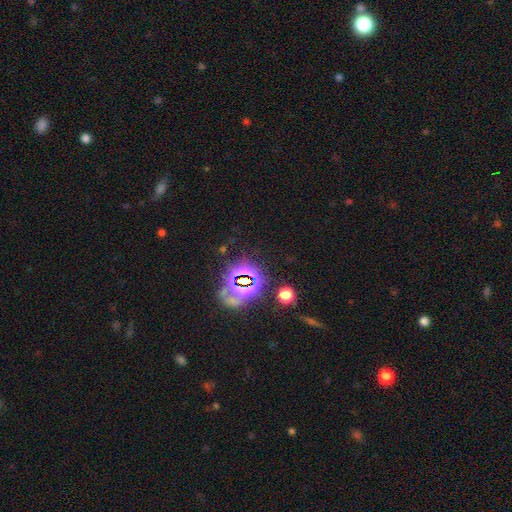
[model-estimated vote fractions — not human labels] Smooth or featured? star or artifact (68%)